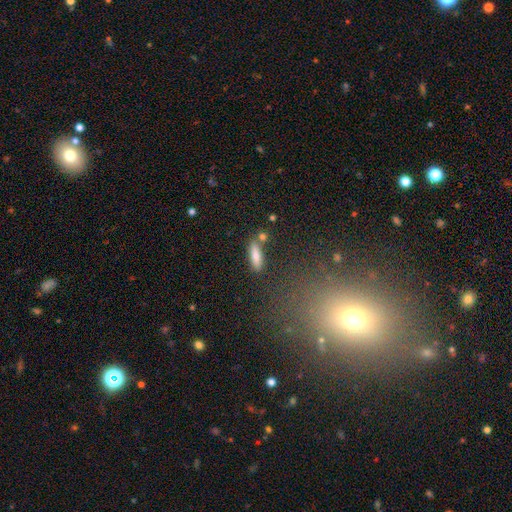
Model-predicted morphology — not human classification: This is likely a smooth galaxy (76%). How rounded: possibly cigar-shaped (54%). Merging: likely none (74%).